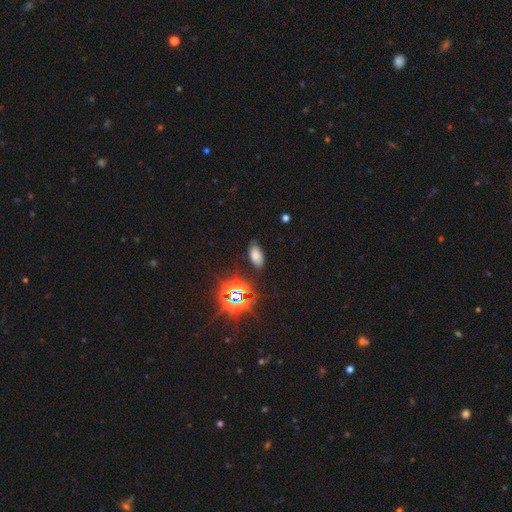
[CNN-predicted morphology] Smooth or featured: smooth — 64% (star or artifact — 27%)
How rounded: in between — 92% (round — 4%)
Merging: none — 79% (minor disturbance — 15%)